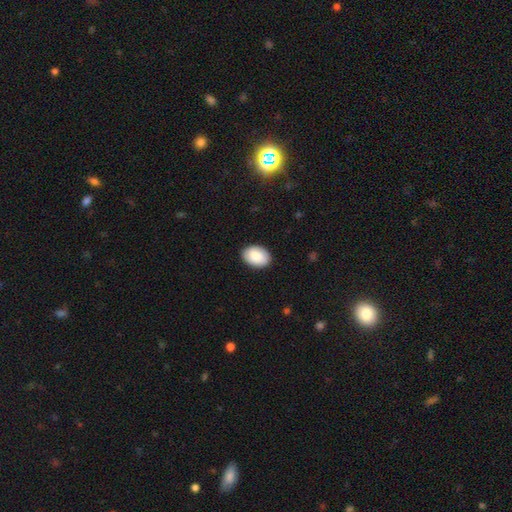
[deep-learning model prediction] smooth 85%, featured or disk 9%, star or artifact 6%. Down the decision tree: how rounded — in between (82%); merging — none (88%).